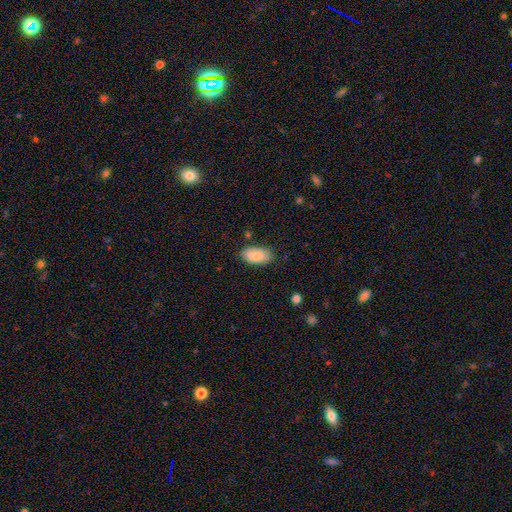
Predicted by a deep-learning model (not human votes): This is clearly a smooth galaxy (81%). How rounded: clearly in between (94%). Merging: likely none (78%).